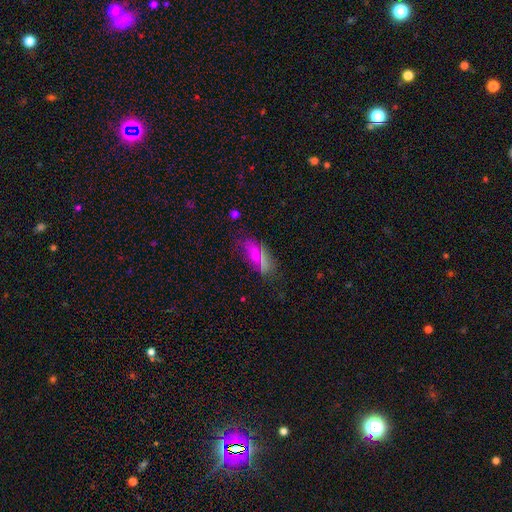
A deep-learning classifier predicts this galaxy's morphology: smooth-or-featured: smooth: 67% | star or artifact: 18% | featured or disk: 15%
  how-rounded: in between: 79% | cigar-shaped: 15% | round: 6%
  merging: none: 69% | minor disturbance: 20% | major disturbance: 7% | merger: 4%